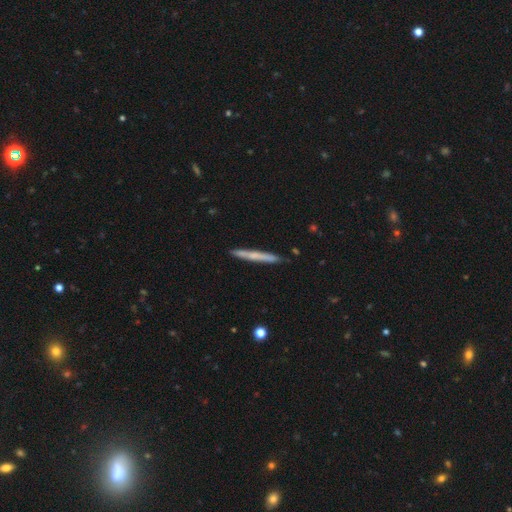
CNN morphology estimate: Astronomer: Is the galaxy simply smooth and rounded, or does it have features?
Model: smooth — 53% (runner-up: featured or disk, 41%).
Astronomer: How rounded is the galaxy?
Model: cigar-shaped — 97%.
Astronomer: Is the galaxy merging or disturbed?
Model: none — 89%.